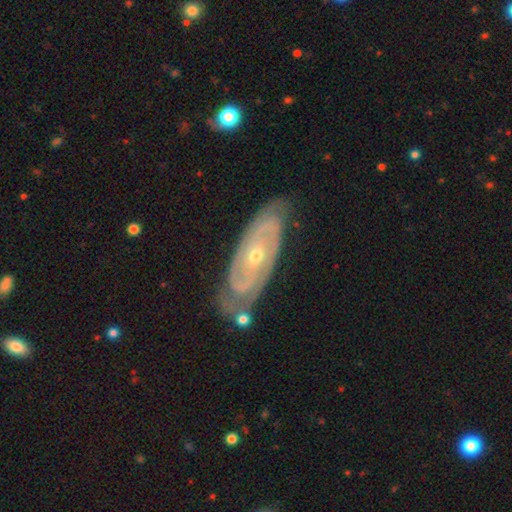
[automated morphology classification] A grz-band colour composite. It shows a featured or disk galaxy (87%) with no bar (71%), 2 (60%) tight (76%) spiral arms (92%) and a small central bulge (63%). Merging: none (77%).